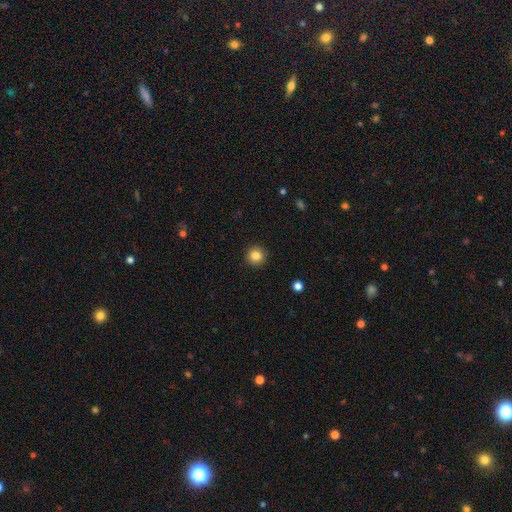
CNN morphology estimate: smooth_or_featured: smooth (p=0.85) [alt: star or artifact p=0.11]
how_rounded: round (p=0.95) [alt: in between p=0.05]
merging: none (p=0.93) [alt: minor disturbance p=0.05]